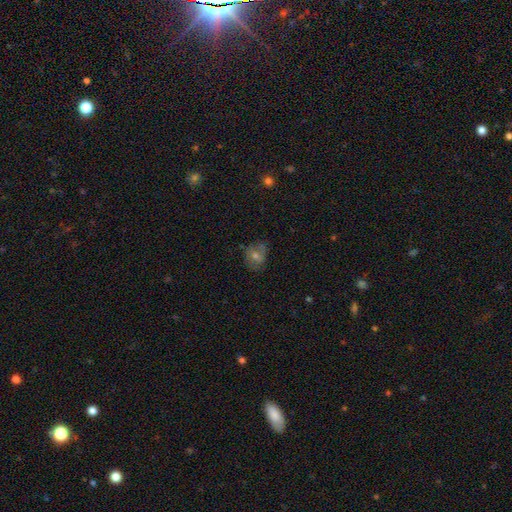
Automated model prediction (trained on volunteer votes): A smooth galaxy with no disk features (46%).

Vote fractions:
- Smooth or featured? smooth: 46% / featured or disk: 36% / star or artifact: 17%
- Merging? none: 66% / minor disturbance: 22% / major disturbance: 9% / merger: 2%